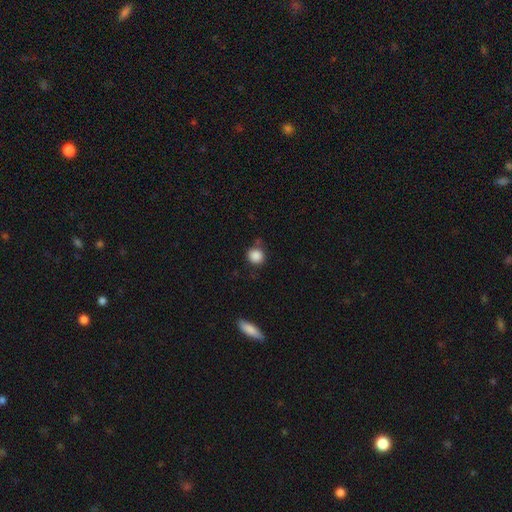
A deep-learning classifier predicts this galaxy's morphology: A smooth galaxy with no disk features (87%) that is round (86%). Merging: none (78%).